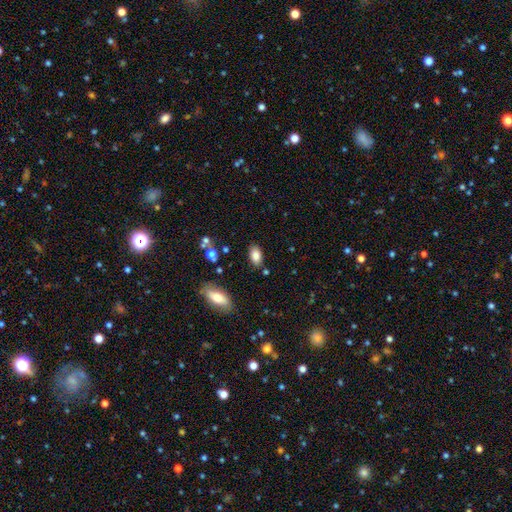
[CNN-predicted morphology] Smooth or featured? Predicted: smooth (p=0.83). How rounded? Predicted: in between (p=0.91). Merging? Predicted: none (p=0.81).